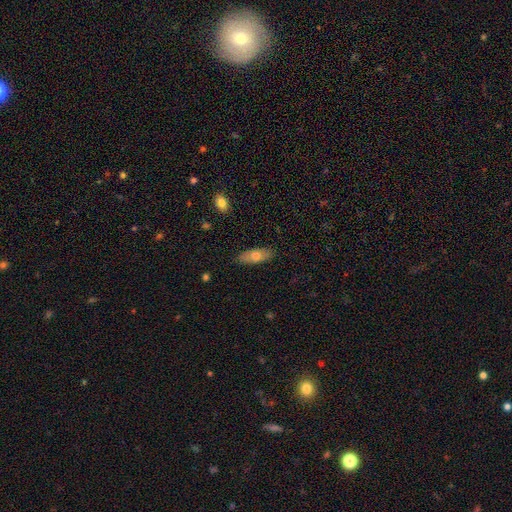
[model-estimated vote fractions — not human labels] The model was most divided on "smooth or featured": smooth: 70%, featured or disk: 24%, star or artifact: 6%. More confident: merging — none (86%); how rounded — in between (76%).